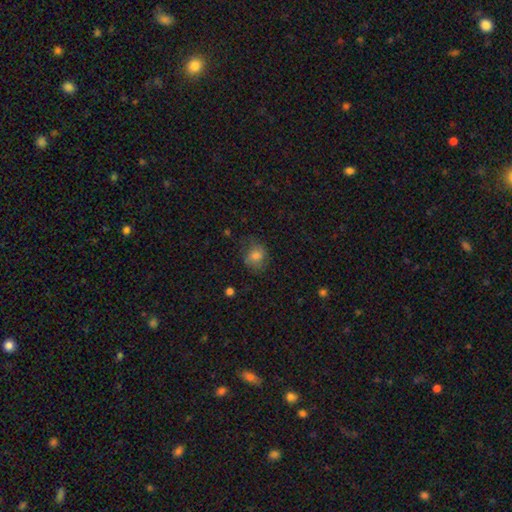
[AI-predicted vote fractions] Q: Smooth or featured?
A: smooth (72%); runner-up: featured or disk (17%)
Q: How rounded?
A: round (69%); runner-up: in between (30%)
Q: Merging?
A: none (67%); runner-up: minor disturbance (22%)